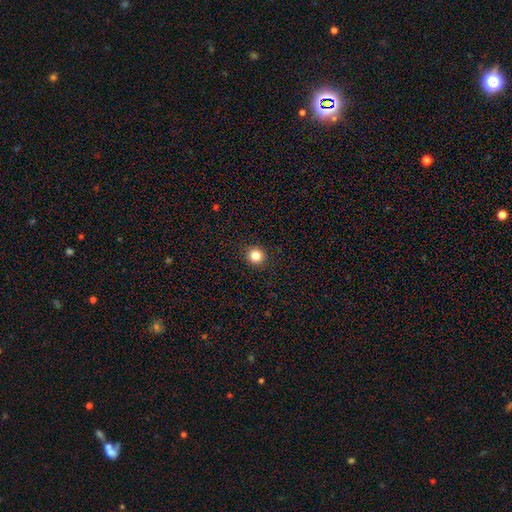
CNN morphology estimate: Smooth or featured? smooth (85%)
How rounded? round (91%)
Merging? none (92%)